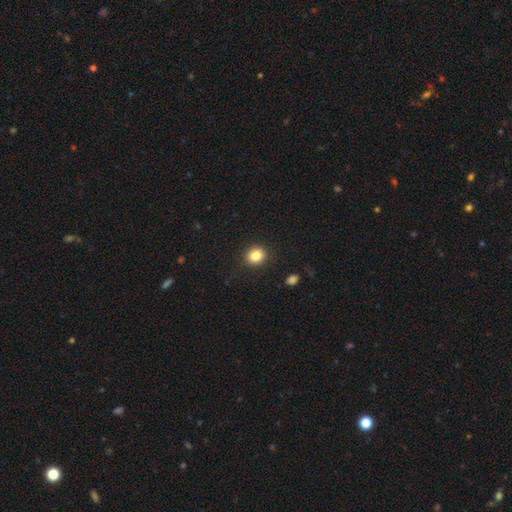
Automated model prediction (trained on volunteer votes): The model was most divided on "how rounded": round: 81%, in between: 18%, cigar-shaped: 1%. More confident: merging — none (90%); smooth or featured — smooth (84%).